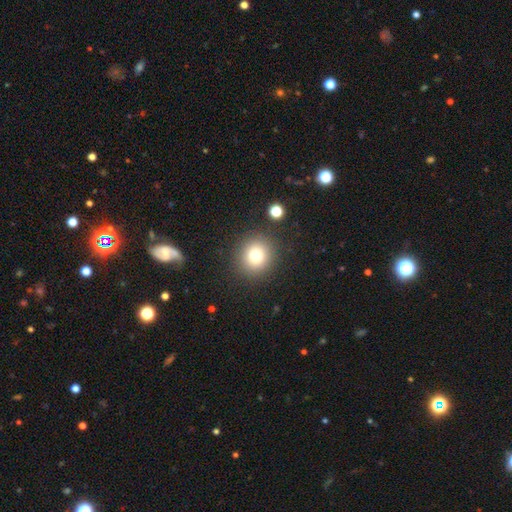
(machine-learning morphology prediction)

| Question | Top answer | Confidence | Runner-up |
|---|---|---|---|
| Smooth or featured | smooth | 77% | star or artifact (14%) |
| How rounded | round | 88% | in between (11%) |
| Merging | none | 88% | minor disturbance (7%) |